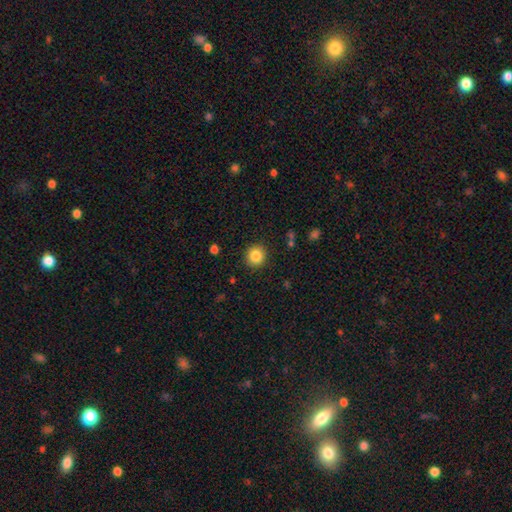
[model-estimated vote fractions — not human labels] Q: Smooth or featured?
A: smooth (85%); runner-up: star or artifact (10%)
Q: How rounded?
A: round (91%); runner-up: in between (8%)
Q: Merging?
A: none (90%); runner-up: minor disturbance (6%)